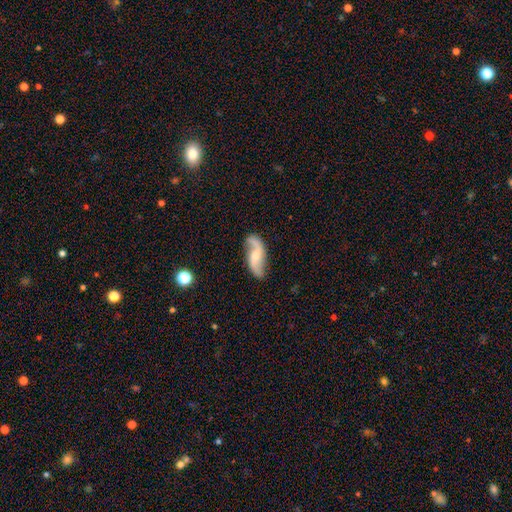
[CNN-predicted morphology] type=featured or disk (81%); edge-on=no (95%); bar=no (48%); spiral arms=yes (95%); winding=loose (79%); arm count=2 (92%); bulge=small (46%); merging=none (75%).